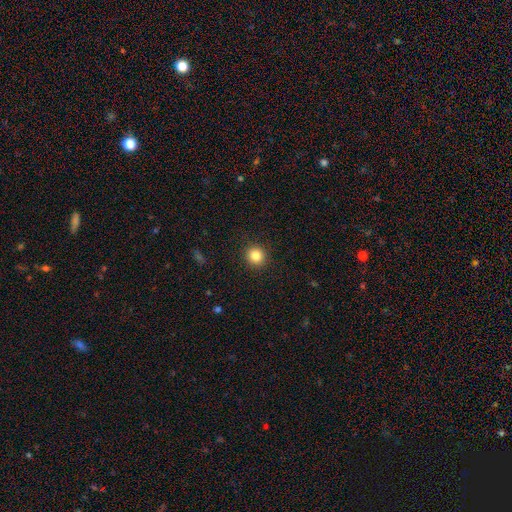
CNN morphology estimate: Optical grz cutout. It shows a smooth galaxy with no disk features (84%) that is round (93%). Merging: none (92%).